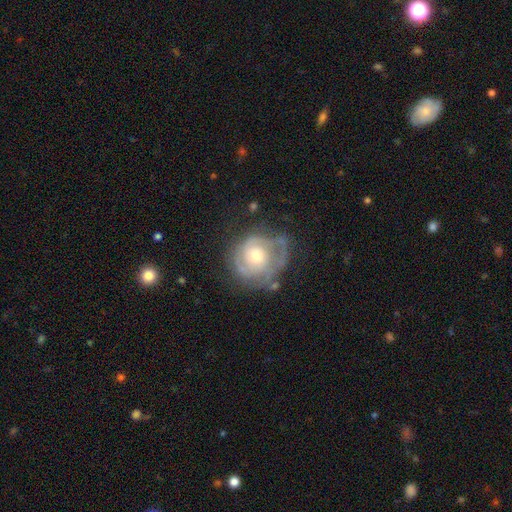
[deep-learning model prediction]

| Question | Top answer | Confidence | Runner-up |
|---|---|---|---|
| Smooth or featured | featured or disk | 76% | smooth (18%) |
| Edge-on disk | no | 97% | yes (3%) |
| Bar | no | 79% | weak (18%) |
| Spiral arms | yes | 84% | no (16%) |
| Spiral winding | tight | 65% | medium (26%) |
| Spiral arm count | can't tell | 38% | 2 (32%) |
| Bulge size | moderate | 62% | small (29%) |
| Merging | none | 57% | minor disturbance (24%) |